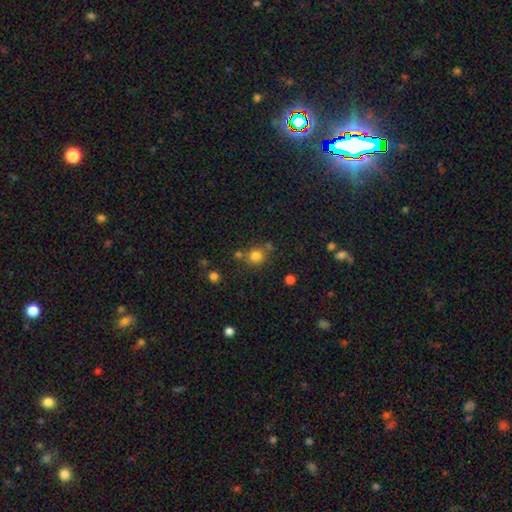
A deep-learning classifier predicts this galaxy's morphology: Smooth or featured?
  - smooth: 80% *
  - star or artifact: 14%
  - featured or disk: 7%
How rounded?
  - round: 83% *
  - in between: 16%
  - cigar-shaped: 1%
Merging?
  - none: 68% *
  - merger: 15%
  - minor disturbance: 12%
  - major disturbance: 4%